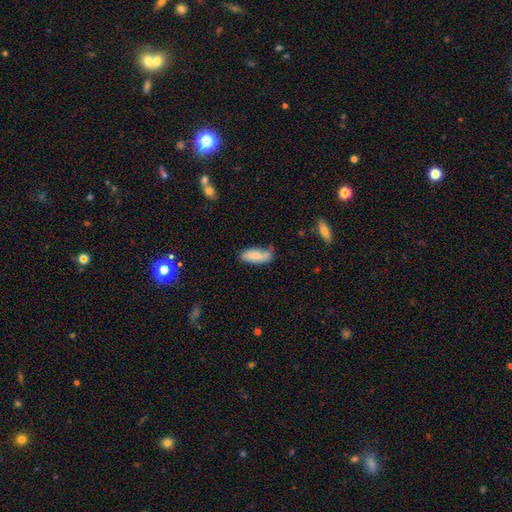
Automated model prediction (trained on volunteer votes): smooth 82%, featured or disk 12%, star or artifact 7%. Down the decision tree: how rounded — in between (75%); merging — none (57%).